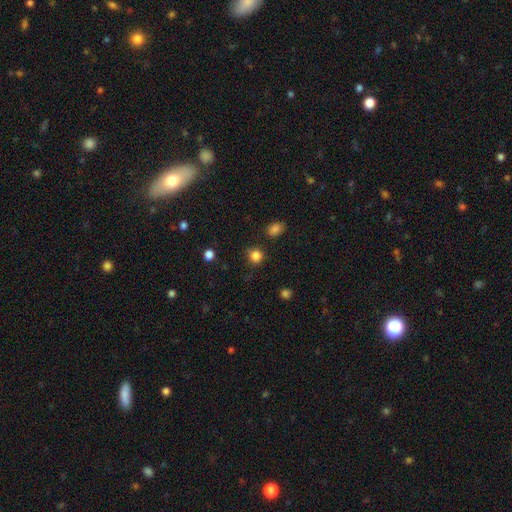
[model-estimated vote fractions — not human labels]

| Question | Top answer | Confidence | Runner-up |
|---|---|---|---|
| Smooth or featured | smooth | 83% | star or artifact (13%) |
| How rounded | round | 89% | in between (10%) |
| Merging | none | 81% | minor disturbance (13%) |